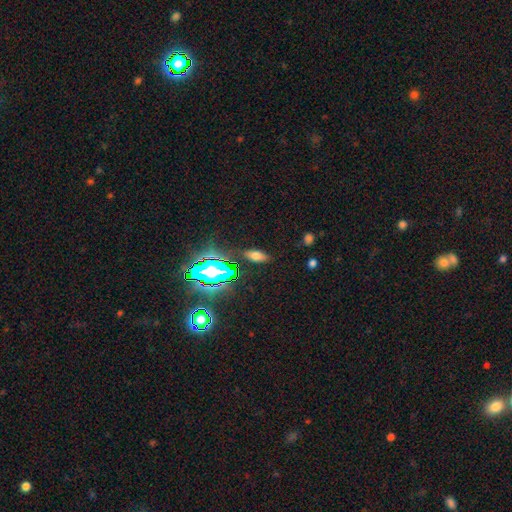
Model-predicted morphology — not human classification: Smooth or featured? smooth (61%)
How rounded? in between (78%)
Merging? none (85%)